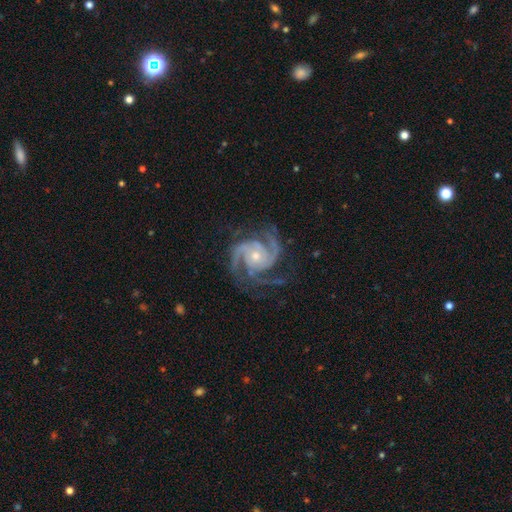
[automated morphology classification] A featured or disk galaxy (94%) with no bar (72%), 3 (60%) tight (50%) spiral arms (99%) and a small central bulge (51%).

Vote fractions:
- Smooth or featured? featured or disk: 94% / star or artifact: 4% / smooth: 2%
- Edge-on disk? no: 98% / yes: 2%
- Bar? no: 72% / weak: 21% / strong: 7%
- Spiral arms? yes: 99% / no: 1%
- Spiral winding? tight: 50% / medium: 45% / loose: 5%
- Spiral arm count? 3: 60% / 2: 16% / 4: 11% / can't tell: 5% / more than 4: 4% / 1: 4%
- Bulge size? small: 51% / moderate: 45% / large: 2% / none: 1% / dominant: 1%
- Merging? none: 75% / minor disturbance: 16% / major disturbance: 8% / merger: 1%